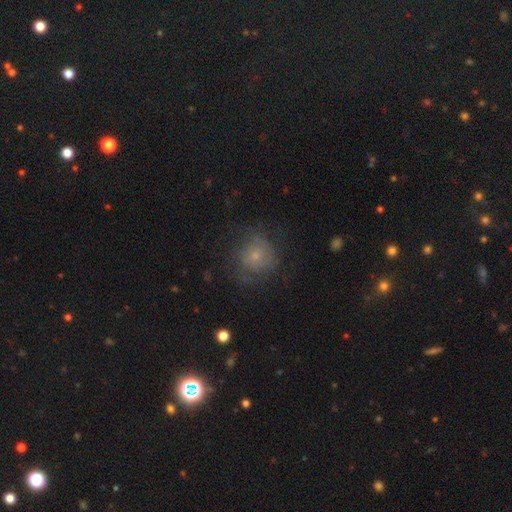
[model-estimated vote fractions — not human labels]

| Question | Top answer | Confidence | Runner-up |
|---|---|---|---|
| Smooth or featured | smooth | 58% | featured or disk (30%) |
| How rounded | round | 84% | in between (15%) |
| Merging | none | 62% | minor disturbance (21%) |